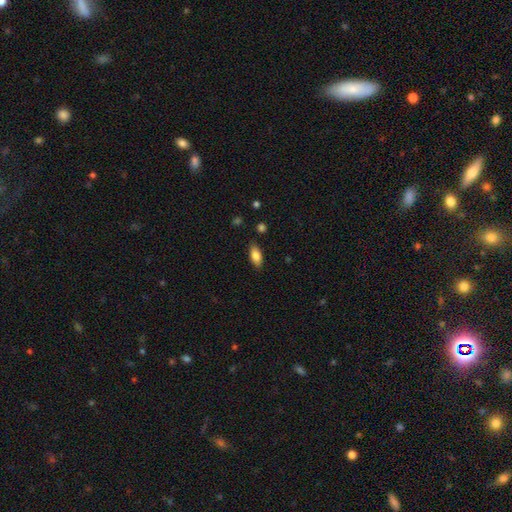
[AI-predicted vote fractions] A smooth galaxy with no disk features (80%) that is in between round and cigar-shaped (85%). Merging: none (85%).